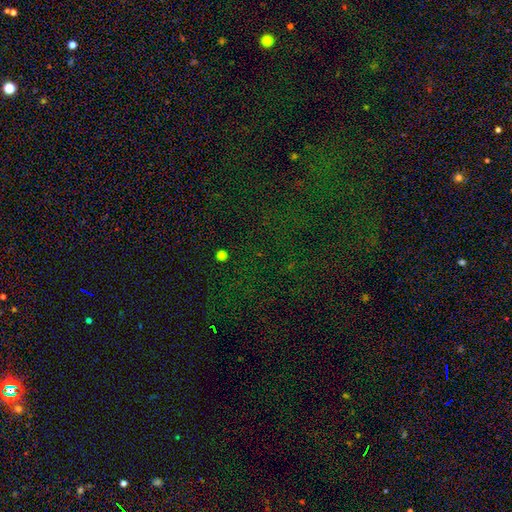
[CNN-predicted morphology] Smooth or featured? star or artifact (78%)